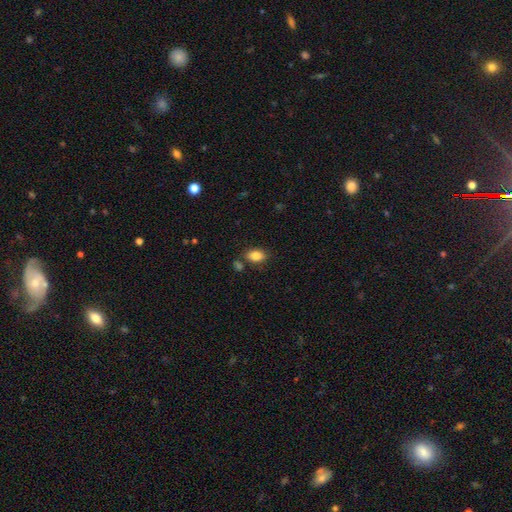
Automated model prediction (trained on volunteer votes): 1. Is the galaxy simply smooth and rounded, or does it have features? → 84% smooth, 9% star or artifact, 8% featured or disk.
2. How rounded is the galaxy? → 87% in between, 11% round, 2% cigar-shaped.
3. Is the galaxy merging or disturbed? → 78% none, 13% minor disturbance, 6% merger, 3% major disturbance.